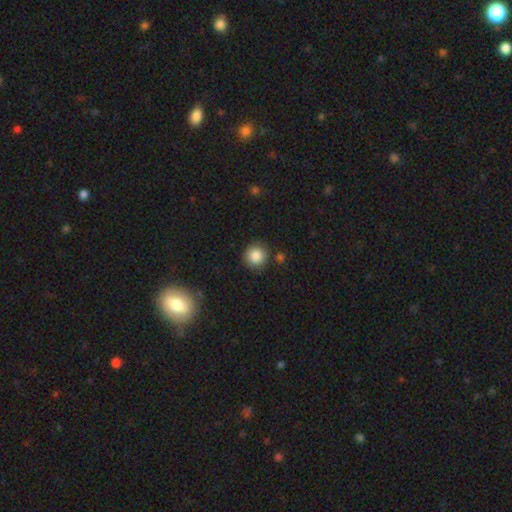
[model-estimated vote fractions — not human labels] Smooth or featured? Predicted: smooth (p=0.85). How rounded? Predicted: round (p=0.91). Merging? Predicted: none (p=0.85).